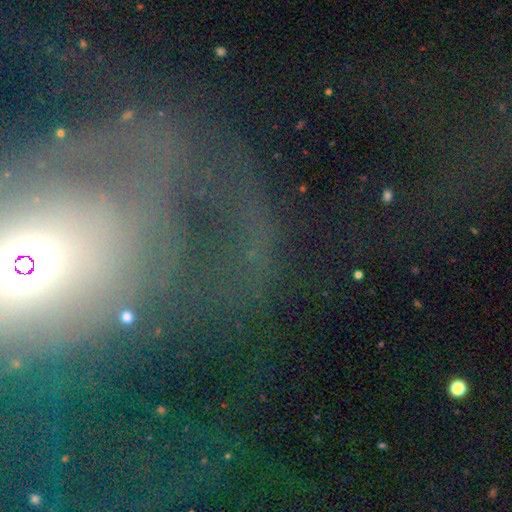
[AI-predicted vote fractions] Q: Smooth or featured?
A: featured or disk (44%); runner-up: star or artifact (37%)
Q: Merging?
A: none (62%); runner-up: major disturbance (17%)